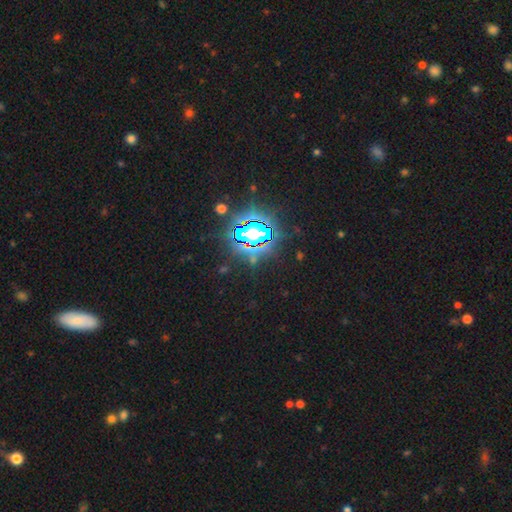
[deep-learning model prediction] A star or artifact, not a galaxy (78%).